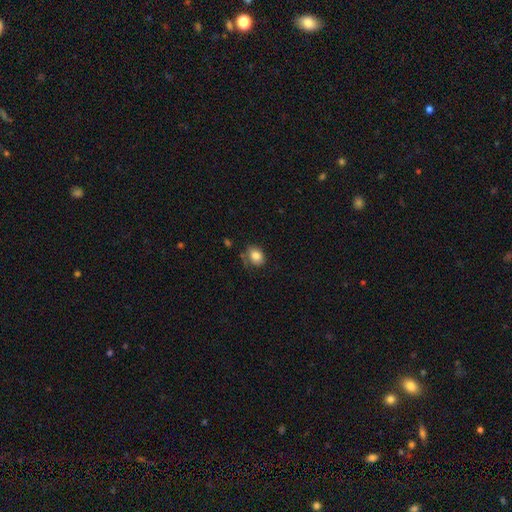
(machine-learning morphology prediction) Smooth or featured: smooth — 83% (star or artifact — 9%)
How rounded: in between — 53% (round — 46%)
Merging: none — 66% (minor disturbance — 23%)